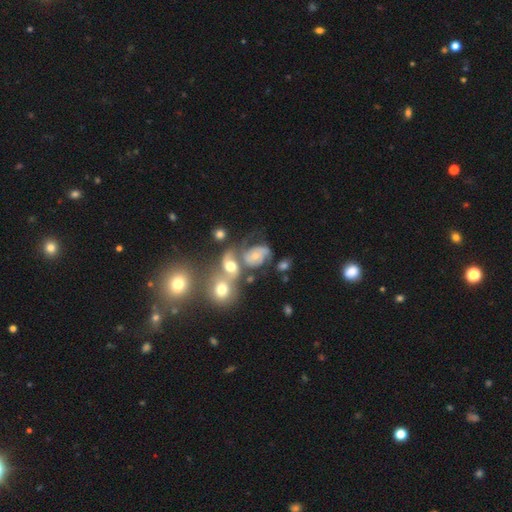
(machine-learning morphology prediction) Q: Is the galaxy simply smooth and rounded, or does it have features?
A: featured or disk — 65%.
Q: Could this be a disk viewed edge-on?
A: no — 97%.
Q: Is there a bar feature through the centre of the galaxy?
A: no — 75%.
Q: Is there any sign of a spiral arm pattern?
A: yes — 81%.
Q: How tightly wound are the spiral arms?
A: medium — 43%.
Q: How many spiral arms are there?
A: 2 — 55%.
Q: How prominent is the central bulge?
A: moderate — 54%.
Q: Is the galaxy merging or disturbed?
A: merger — 47%.